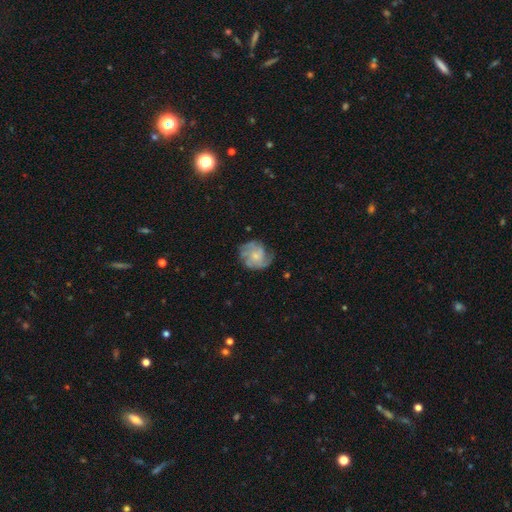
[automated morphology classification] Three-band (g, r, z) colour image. It shows a featured or disk galaxy (70%) with no bar (77%), medium (42%) spiral arms (90%) and a small central bulge (62%). Merging: none (67%).